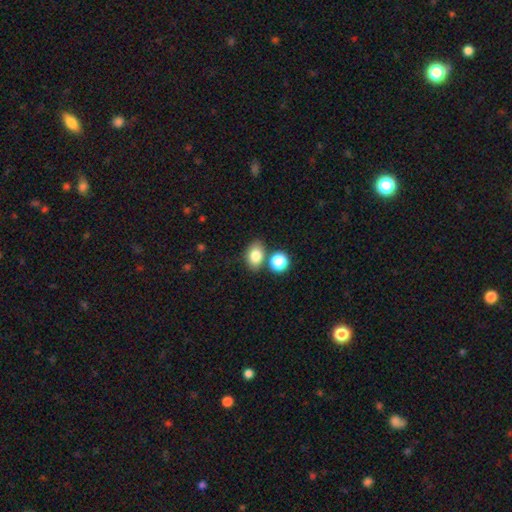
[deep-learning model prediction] The model was most divided on "how rounded": in between: 71%, round: 27%, cigar-shaped: 1%. More confident: smooth or featured — smooth (82%); merging — none (66%).